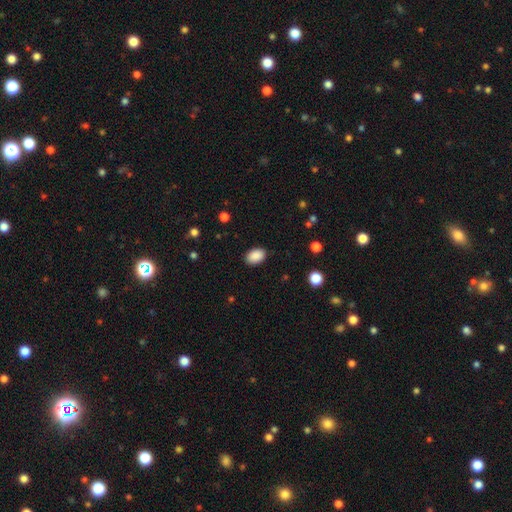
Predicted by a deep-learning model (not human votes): Q: Smooth or featured?
A: smooth (90%); runner-up: star or artifact (7%)
Q: How rounded?
A: in between (86%); runner-up: round (13%)
Q: Merging?
A: none (88%); runner-up: minor disturbance (8%)